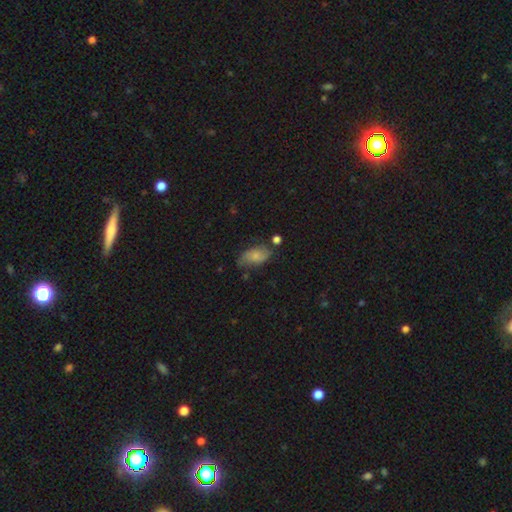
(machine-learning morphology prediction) Smooth or featured?
  - smooth: 58% *
  - featured or disk: 33%
  - star or artifact: 9%
How rounded?
  - in between: 91% *
  - round: 6%
  - cigar-shaped: 3%
Merging?
  - none: 57% *
  - minor disturbance: 28%
  - major disturbance: 10%
  - merger: 5%